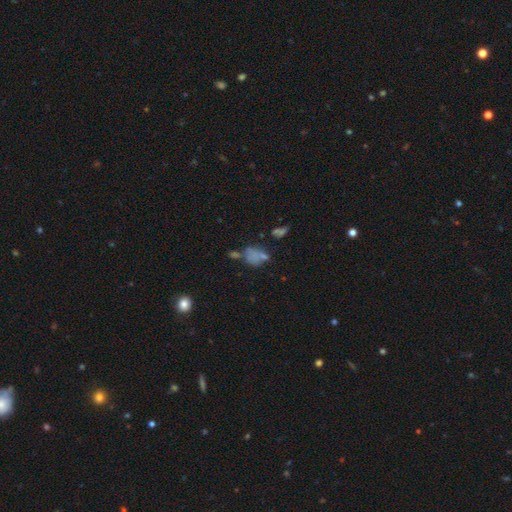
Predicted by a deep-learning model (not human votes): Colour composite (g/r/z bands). It shows a smooth galaxy with no disk features (61%) that is in between round and cigar-shaped (66%). Merging: none (34%).